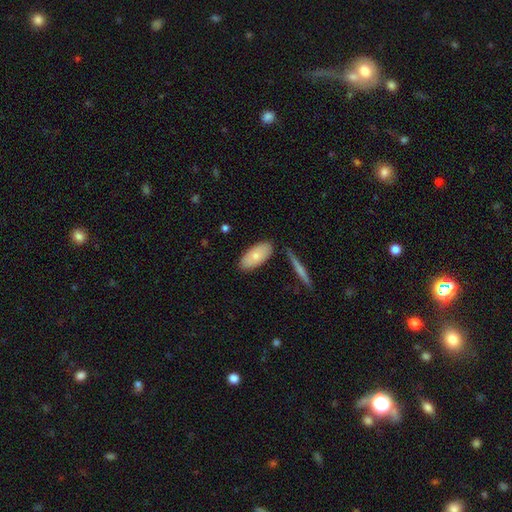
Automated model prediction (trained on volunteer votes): smooth-or-featured: smooth: 75% | featured or disk: 19% | star or artifact: 6%
  how-rounded: in between: 90% | cigar-shaped: 8% | round: 3%
  merging: none: 80% | minor disturbance: 12% | merger: 5% | major disturbance: 3%